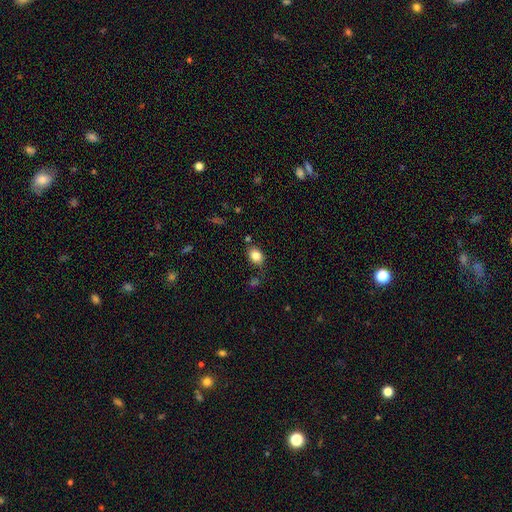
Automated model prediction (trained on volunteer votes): The model was most divided on "how rounded": in between: 67%, round: 32%, cigar-shaped: 1%. More confident: smooth or featured — smooth (83%); merging — none (77%).